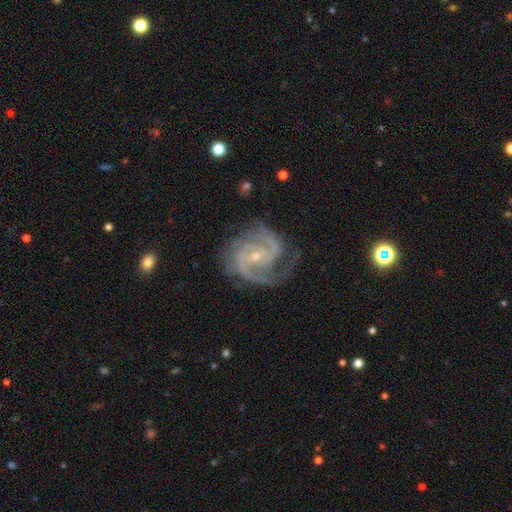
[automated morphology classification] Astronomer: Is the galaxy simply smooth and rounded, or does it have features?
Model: featured or disk — 93%.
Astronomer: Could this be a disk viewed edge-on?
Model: no — 98%.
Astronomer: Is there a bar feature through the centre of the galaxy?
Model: no — 50% (runner-up: weak, 35%).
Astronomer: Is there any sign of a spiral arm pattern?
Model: yes — 99%.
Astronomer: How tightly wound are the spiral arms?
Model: medium — 49% (runner-up: tight, 44%).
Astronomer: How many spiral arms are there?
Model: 2 — 54%.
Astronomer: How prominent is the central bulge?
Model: small — 79%.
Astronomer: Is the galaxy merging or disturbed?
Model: none — 72%.